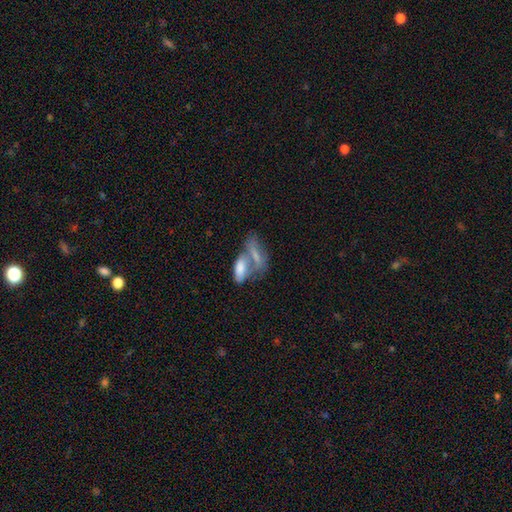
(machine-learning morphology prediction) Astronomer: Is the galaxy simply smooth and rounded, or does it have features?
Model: smooth — 62%.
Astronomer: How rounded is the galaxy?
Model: in between — 72%.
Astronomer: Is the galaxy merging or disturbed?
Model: merger — 63%.